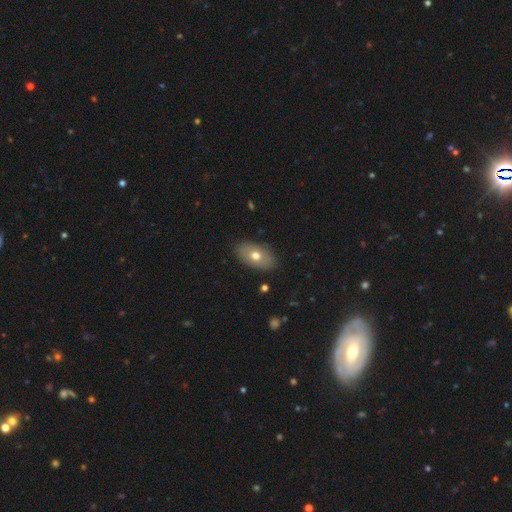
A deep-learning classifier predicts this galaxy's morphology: The model was most divided on "smooth or featured": smooth: 67%, featured or disk: 26%, star or artifact: 7%. More confident: how rounded — in between (91%); merging — none (86%).